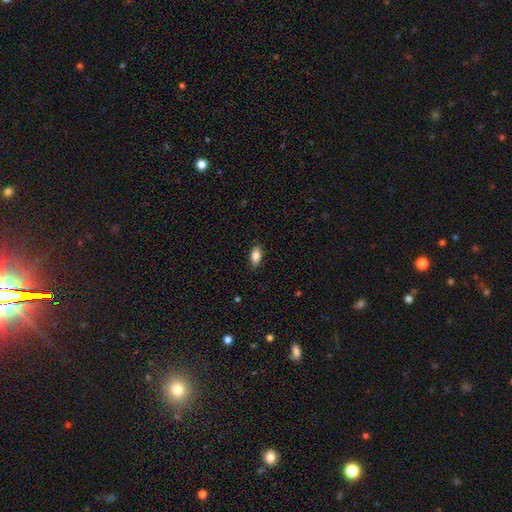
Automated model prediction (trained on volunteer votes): Q: Smooth or featured?
A: smooth (84%); runner-up: featured or disk (8%)
Q: How rounded?
A: in between (88%); runner-up: cigar-shaped (8%)
Q: Merging?
A: none (84%); runner-up: minor disturbance (12%)